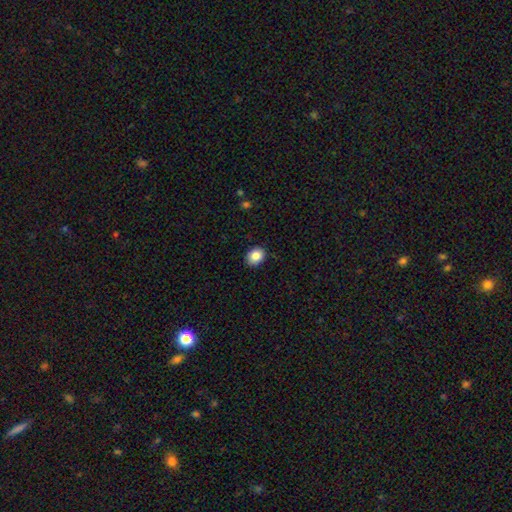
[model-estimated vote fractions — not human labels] This is clearly a smooth galaxy (85%). How rounded: possibly in between (52%). Merging: clearly none (88%).